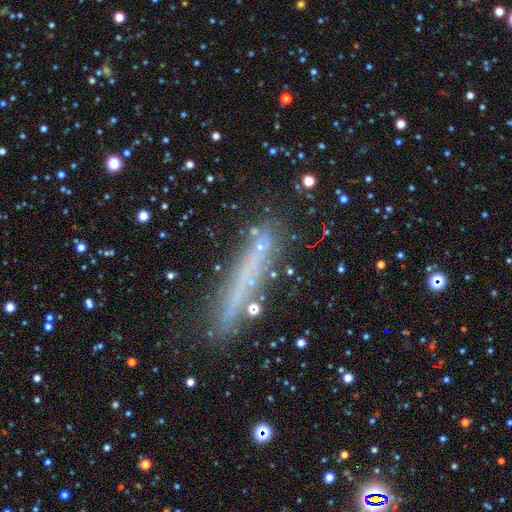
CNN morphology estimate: A smooth galaxy with no disk features (45%).

Vote fractions:
- Smooth or featured? smooth: 45% / featured or disk: 37% / star or artifact: 18%
- Merging? none: 78% / minor disturbance: 14% / major disturbance: 5% / merger: 4%